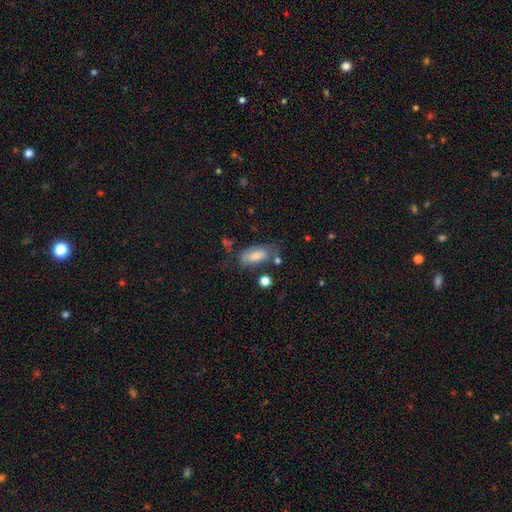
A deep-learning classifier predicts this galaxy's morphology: Q: Smooth or featured?
A: smooth (75%); runner-up: featured or disk (18%)
Q: How rounded?
A: in between (86%); runner-up: cigar-shaped (10%)
Q: Merging?
A: none (52%); runner-up: minor disturbance (26%)